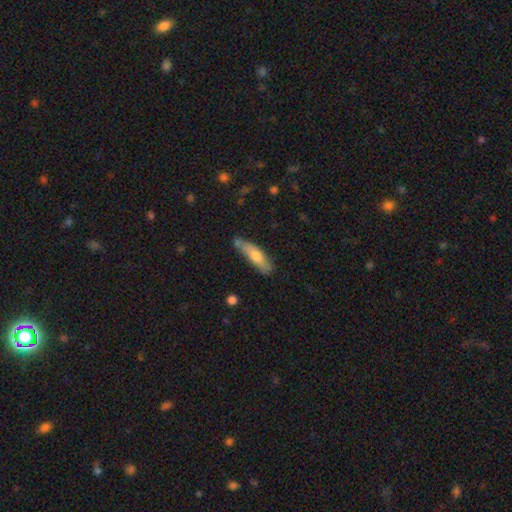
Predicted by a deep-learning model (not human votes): smooth_or_featured: smooth (p=0.63) [alt: featured or disk p=0.30]
how_rounded: cigar-shaped (p=0.70) [alt: in between p=0.28]
merging: none (p=0.69) [alt: minor disturbance p=0.22]